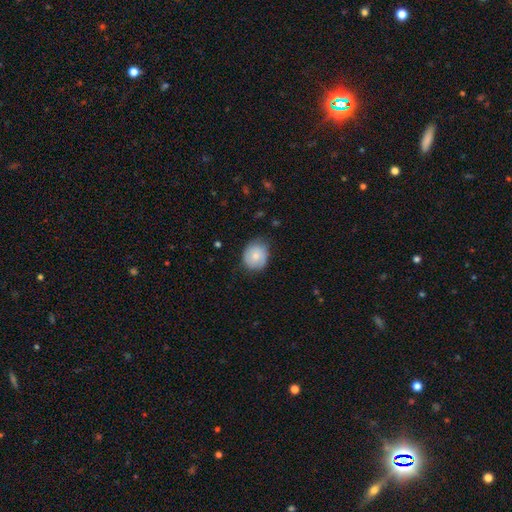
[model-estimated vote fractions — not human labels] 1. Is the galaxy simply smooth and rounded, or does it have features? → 74% smooth, 19% featured or disk, 7% star or artifact.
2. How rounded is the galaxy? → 73% round, 26% in between, 1% cigar-shaped.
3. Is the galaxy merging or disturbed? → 68% none, 26% minor disturbance, 5% major disturbance, 1% merger.